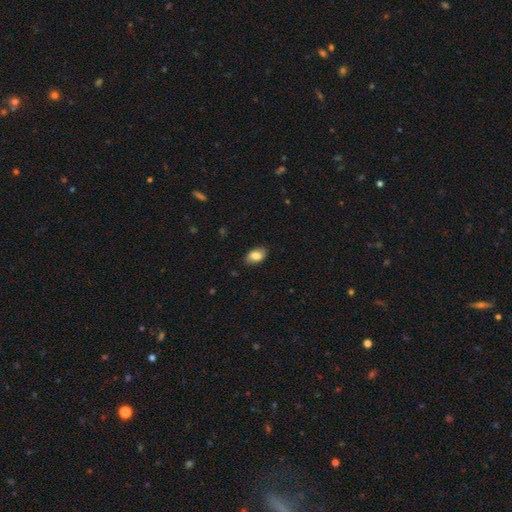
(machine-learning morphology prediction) Q: Smooth or featured?
A: smooth (82%); runner-up: featured or disk (11%)
Q: How rounded?
A: in between (91%); runner-up: round (7%)
Q: Merging?
A: none (83%); runner-up: minor disturbance (13%)